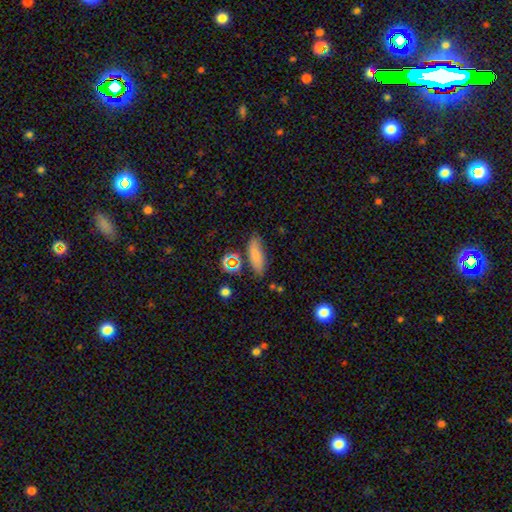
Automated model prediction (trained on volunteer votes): A smooth galaxy with no disk features (76%) that is in between round and cigar-shaped (67%).

Vote fractions:
- Smooth or featured? smooth: 76% / star or artifact: 12% / featured or disk: 12%
- How rounded? in between: 67% / cigar-shaped: 28% / round: 5%
- Merging? none: 74% / minor disturbance: 17% / merger: 5% / major disturbance: 5%